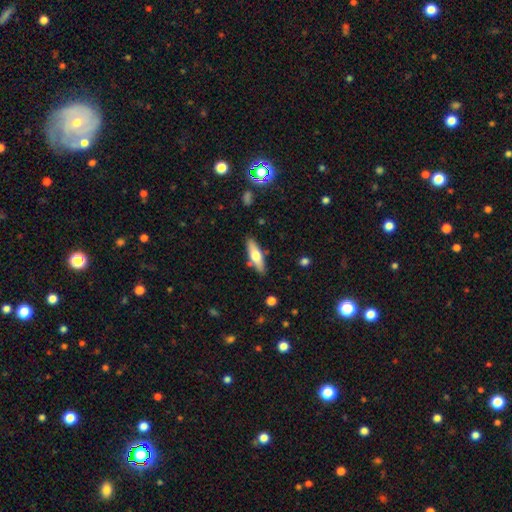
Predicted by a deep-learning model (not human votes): Smooth or featured? Predicted: smooth (p=0.57). How rounded? Predicted: cigar-shaped (p=0.59). Merging? Predicted: none (p=0.82).